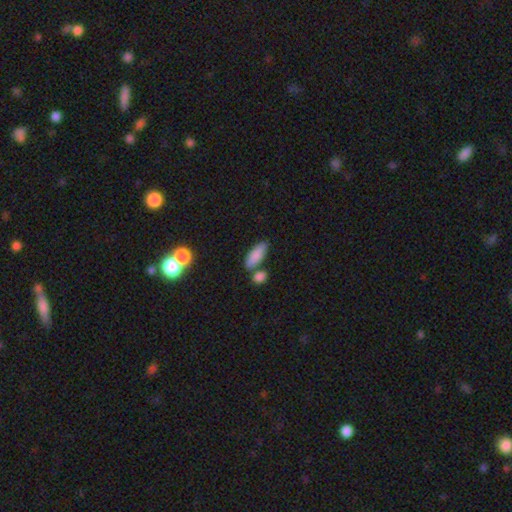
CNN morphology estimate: This is clearly a smooth galaxy (84%). How rounded: likely in between (72%). Merging: likely none (61%).